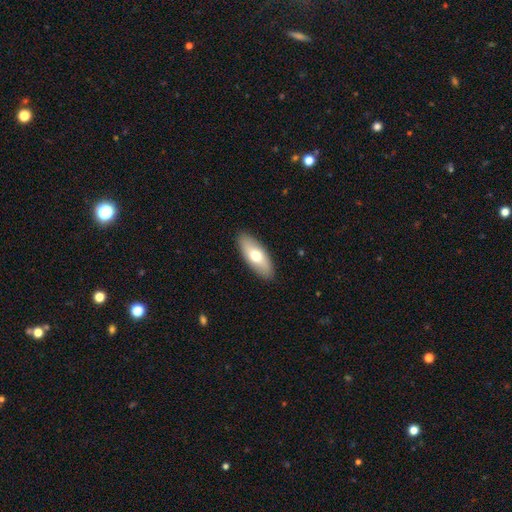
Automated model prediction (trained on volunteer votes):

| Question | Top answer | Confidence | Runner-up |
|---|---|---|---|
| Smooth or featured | smooth | 67% | featured or disk (28%) |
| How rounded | in between | 78% | cigar-shaped (19%) |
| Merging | none | 90% | minor disturbance (7%) |